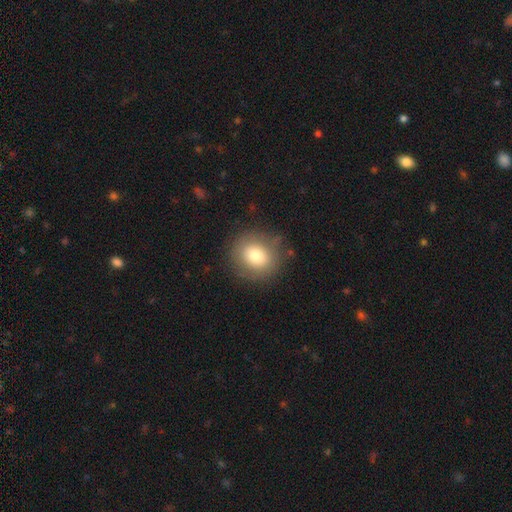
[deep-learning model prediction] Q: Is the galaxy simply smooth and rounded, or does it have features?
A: smooth — 77%.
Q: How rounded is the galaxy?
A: round — 85%.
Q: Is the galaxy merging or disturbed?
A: none — 82%.